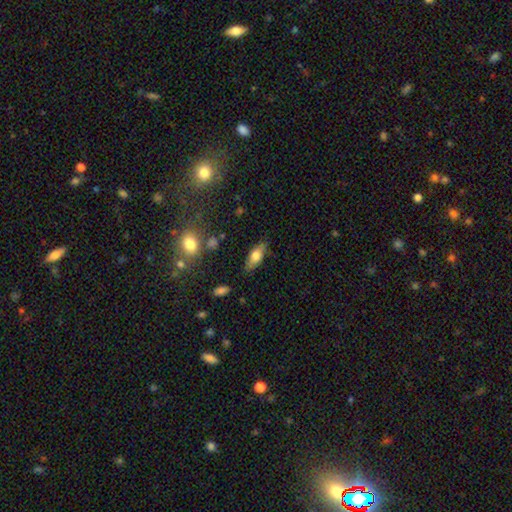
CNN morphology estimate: Smooth or featured? Predicted: smooth (p=0.69). How rounded? Predicted: in between (p=0.75). Merging? Predicted: none (p=0.82).